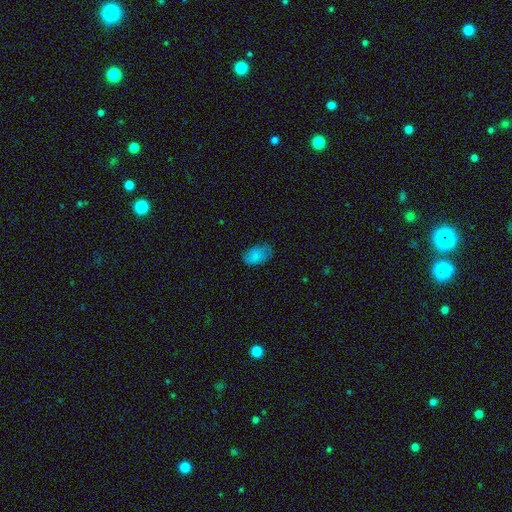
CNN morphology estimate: Smooth or featured? smooth (84%)
How rounded? in between (90%)
Merging? none (74%)